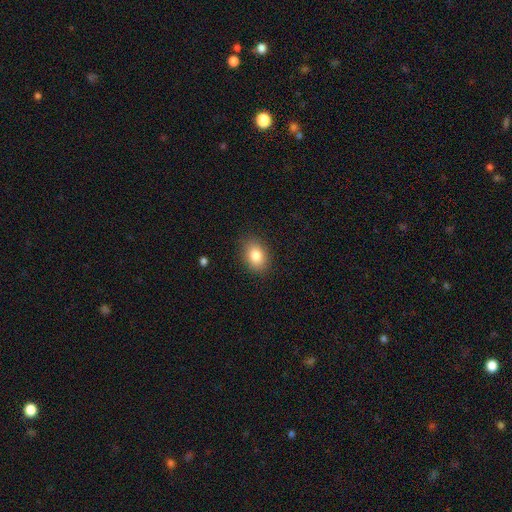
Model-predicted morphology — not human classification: Smooth or featured? smooth (83%)
How rounded? in between (78%)
Merging? none (86%)